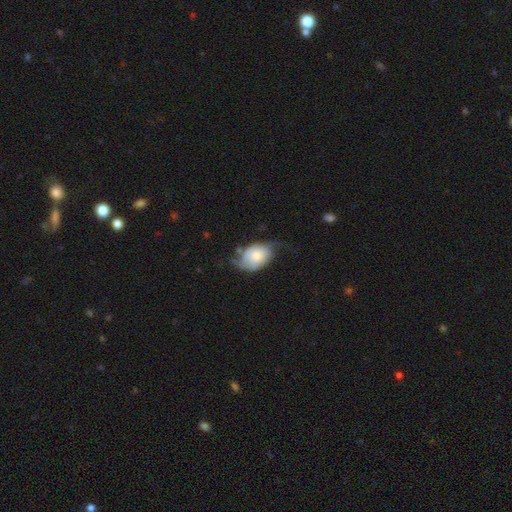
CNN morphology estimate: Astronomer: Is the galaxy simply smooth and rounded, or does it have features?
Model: smooth — 48% (runner-up: featured or disk, 45%).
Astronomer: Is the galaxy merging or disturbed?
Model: none — 36% (runner-up: minor disturbance, 35%).